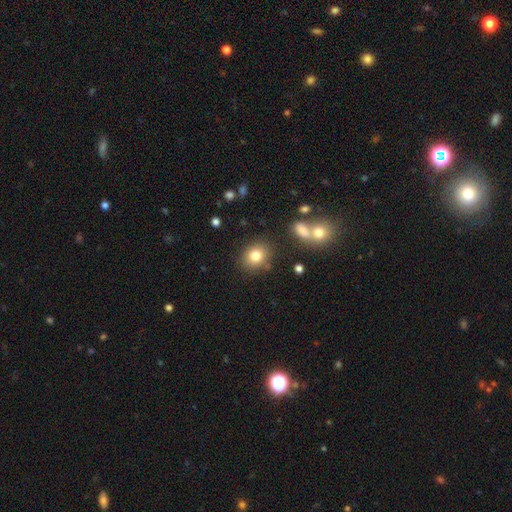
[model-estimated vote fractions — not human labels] Smooth or featured: smooth — 80% (star or artifact — 11%)
How rounded: round — 58% (in between — 41%)
Merging: none — 81% (minor disturbance — 11%)